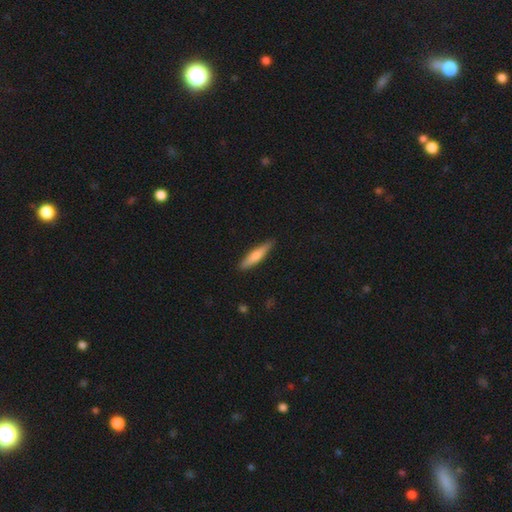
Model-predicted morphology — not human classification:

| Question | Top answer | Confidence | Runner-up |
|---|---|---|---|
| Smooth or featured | smooth | 69% | featured or disk (26%) |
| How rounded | cigar-shaped | 86% | in between (13%) |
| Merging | none | 87% | minor disturbance (10%) |